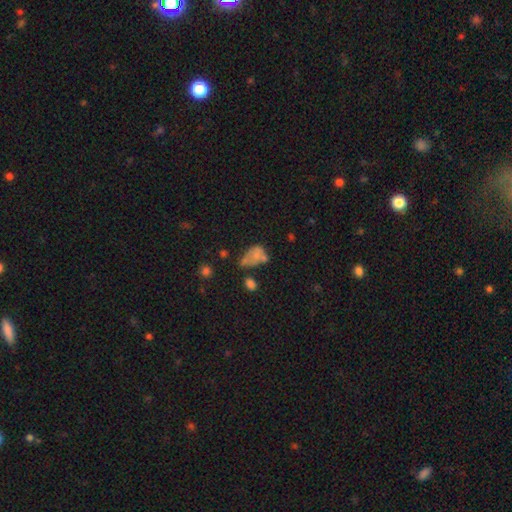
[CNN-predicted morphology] A smooth galaxy with no disk features (64%) that is in between round and cigar-shaped (84%).

Vote fractions:
- Smooth or featured? smooth: 64% / featured or disk: 23% / star or artifact: 13%
- How rounded? in between: 84% / round: 14% / cigar-shaped: 2%
- Merging? merger: 28% / major disturbance: 25% / minor disturbance: 24% / none: 23%